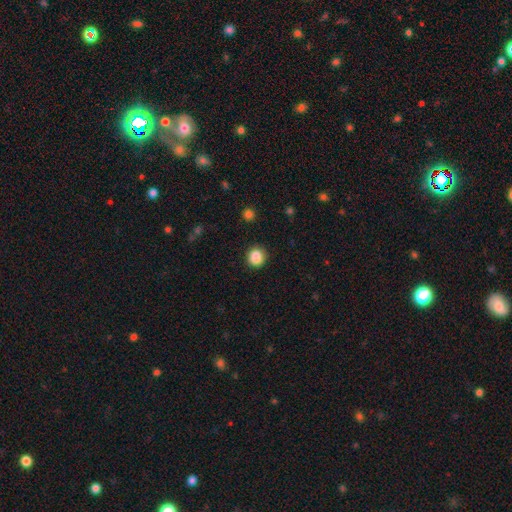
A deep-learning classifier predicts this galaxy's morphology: The model was most divided on "how rounded": round: 82%, in between: 17%, cigar-shaped: 1%. More confident: smooth or featured — smooth (86%); merging — none (84%).